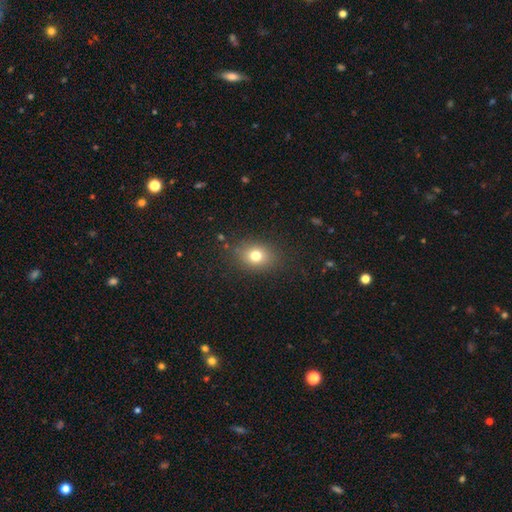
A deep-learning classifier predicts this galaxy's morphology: This is likely a smooth galaxy (77%). How rounded: possibly in between (52%). Merging: clearly none (85%).